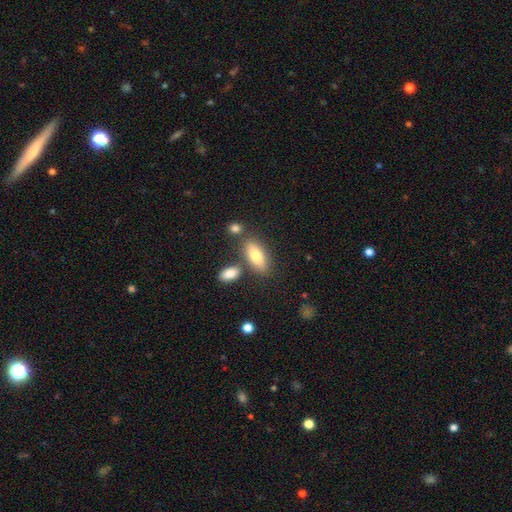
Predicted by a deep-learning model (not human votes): smooth 75%, featured or disk 17%, star or artifact 7%. Down the decision tree: how rounded — in between (84%); merging — none (71%).